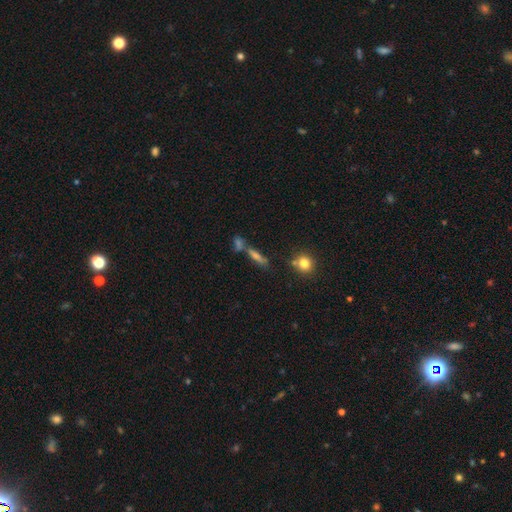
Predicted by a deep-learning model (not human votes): Q: Smooth or featured?
A: smooth (48%); runner-up: featured or disk (34%)
Q: Merging?
A: none (58%); runner-up: merger (26%)